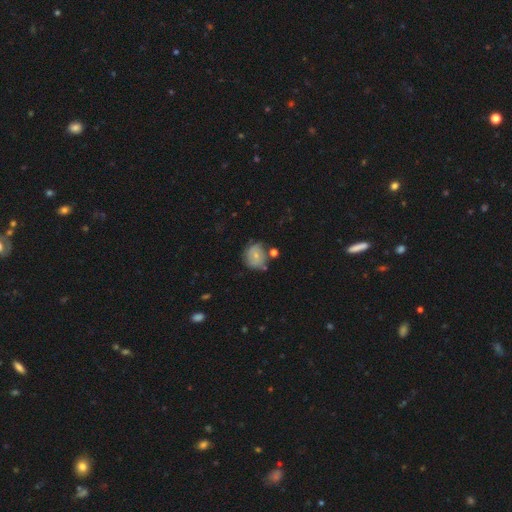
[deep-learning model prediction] Morphology: type=smooth (49%); merging=none (60%).